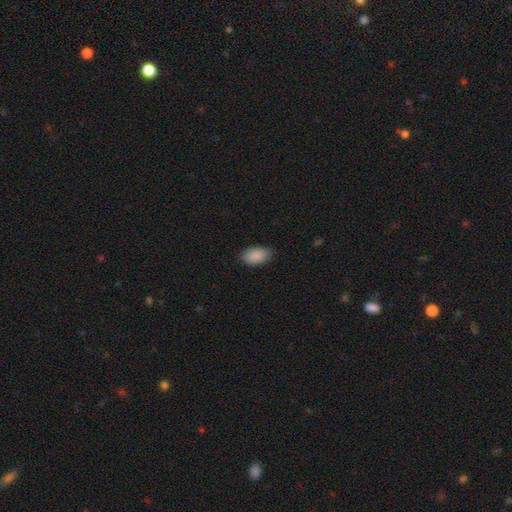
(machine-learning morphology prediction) Q: Smooth or featured?
A: smooth (90%); runner-up: star or artifact (7%)
Q: How rounded?
A: in between (93%); runner-up: round (5%)
Q: Merging?
A: none (84%); runner-up: minor disturbance (12%)